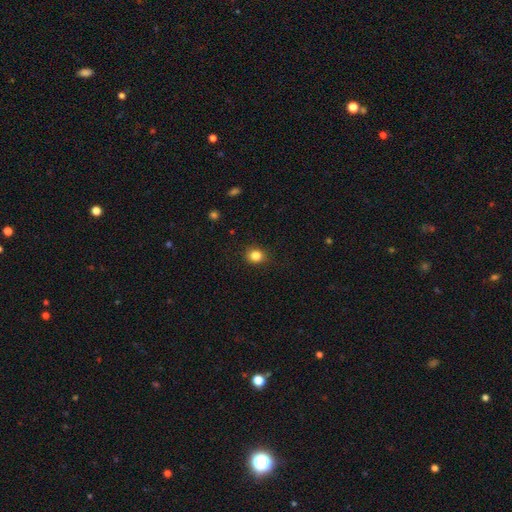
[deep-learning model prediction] This appears to be a smooth galaxy with no disk features (84%) that is round (75%). Merging: none (89%).